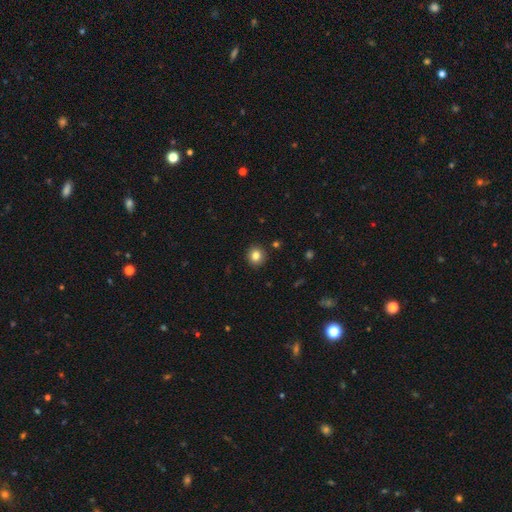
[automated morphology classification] Q: Smooth or featured?
A: smooth (83%); runner-up: star or artifact (11%)
Q: How rounded?
A: round (88%); runner-up: in between (11%)
Q: Merging?
A: none (91%); runner-up: minor disturbance (6%)